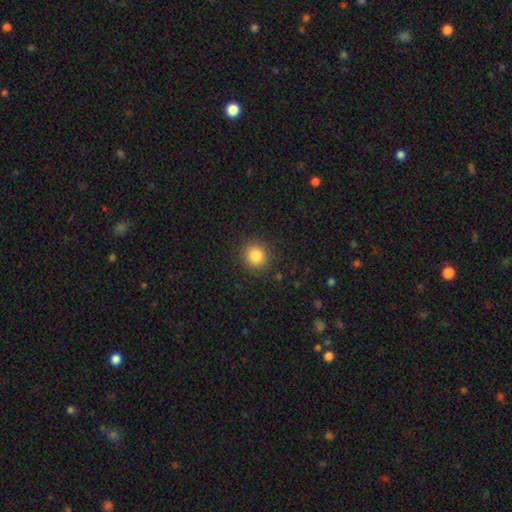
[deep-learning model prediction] Smooth or featured? Predicted: smooth (p=0.84). How rounded? Predicted: round (p=0.90). Merging? Predicted: none (p=0.90).